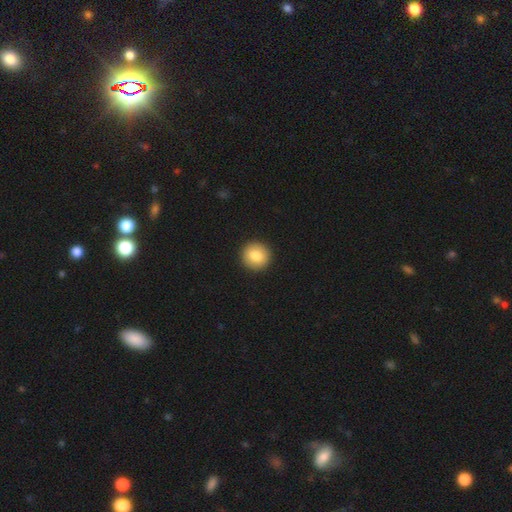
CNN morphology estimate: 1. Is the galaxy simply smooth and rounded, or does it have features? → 83% smooth, 9% featured or disk, 8% star or artifact.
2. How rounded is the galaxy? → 93% round, 6% in between, 1% cigar-shaped.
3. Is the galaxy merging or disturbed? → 93% none, 5% minor disturbance, 1% major disturbance, 1% merger.